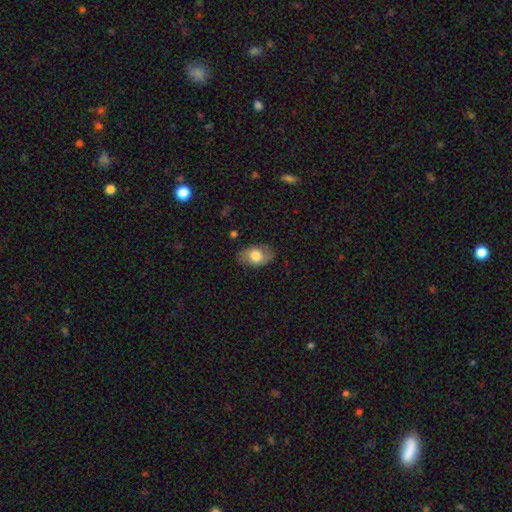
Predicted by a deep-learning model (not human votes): Smooth or featured? Predicted: smooth (p=0.70). How rounded? Predicted: in between (p=0.86). Merging? Predicted: none (p=0.75).